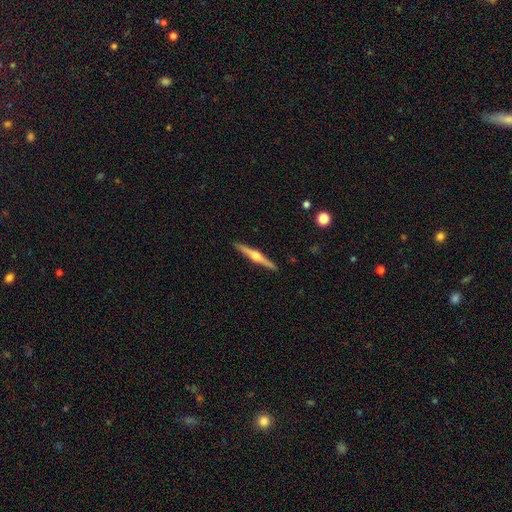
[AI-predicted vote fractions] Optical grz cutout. It shows a featured or disk galaxy (79%) viewed edge-on (98%) with a rounded central bulge (95%). Merging: none (92%).